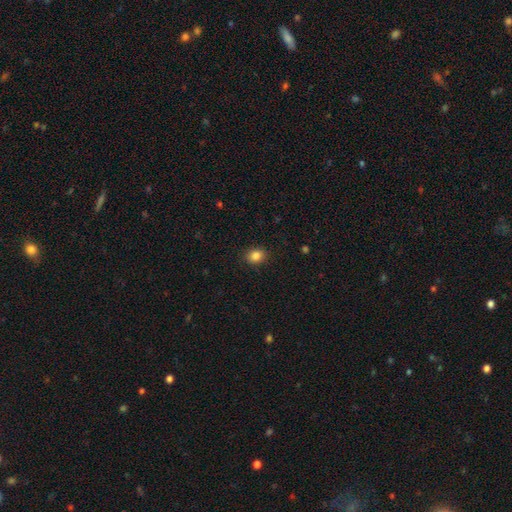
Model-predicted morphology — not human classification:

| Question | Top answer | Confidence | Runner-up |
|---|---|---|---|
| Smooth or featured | smooth | 85% | star or artifact (10%) |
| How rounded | round | 56% | in between (43%) |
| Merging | none | 89% | minor disturbance (8%) |